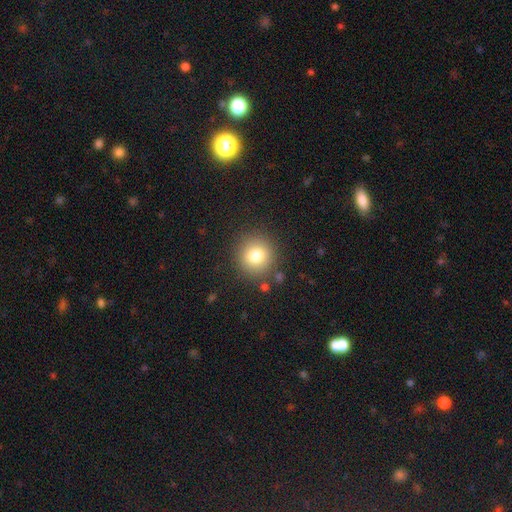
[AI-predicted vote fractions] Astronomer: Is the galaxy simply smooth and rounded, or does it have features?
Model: smooth — 78%.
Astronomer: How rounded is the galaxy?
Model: round — 93%.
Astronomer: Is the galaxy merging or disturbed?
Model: none — 88%.